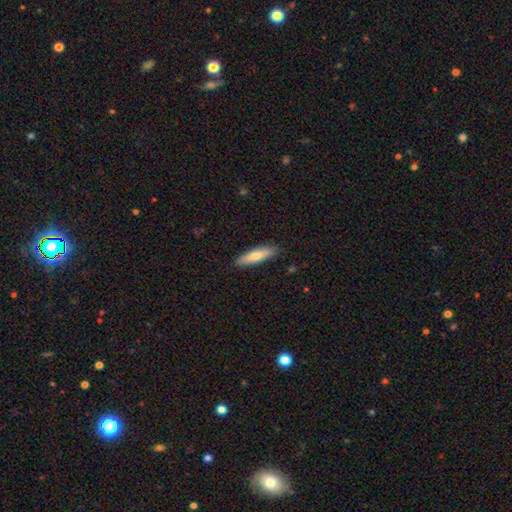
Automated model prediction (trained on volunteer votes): This appears to be a smooth galaxy with no disk features (71%) that is cigar-shaped (72%). Merging: none (89%).